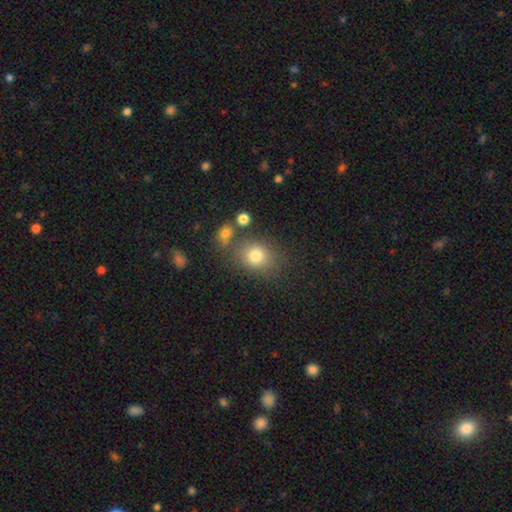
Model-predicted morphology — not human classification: smooth 79%, star or artifact 12%, featured or disk 10%. Down the decision tree: how rounded — round (59%); merging — none (70%).